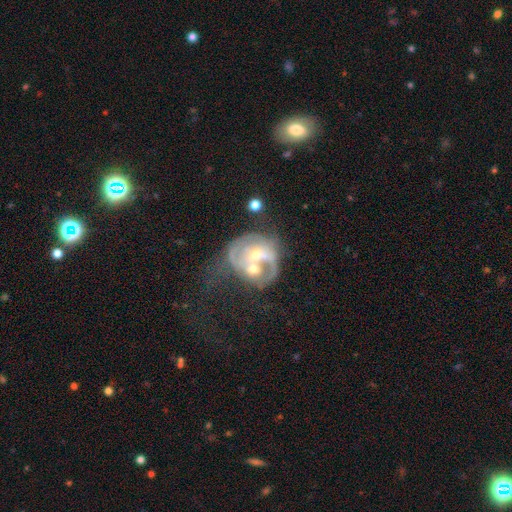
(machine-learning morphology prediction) featured or disk 71%, smooth 21%, star or artifact 8%. Down the decision tree: edge-on disk — no (97%); bar — no (66%); spiral arms — yes (63%); bulge size — moderate (53%); merging — merger (67%).